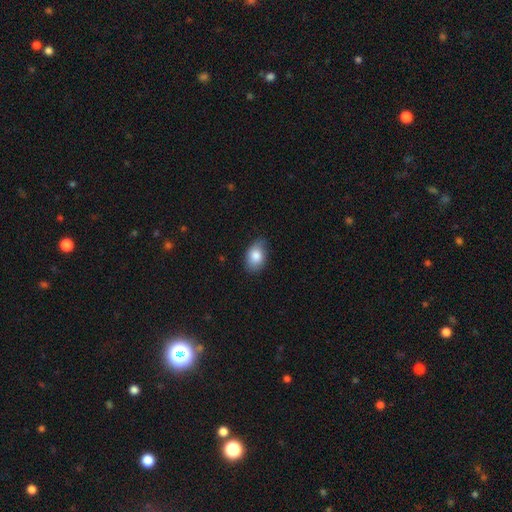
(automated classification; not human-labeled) This appears to be a smooth galaxy with no disk features (83%) that is in between round and cigar-shaped (85%). Merging: none (74%).